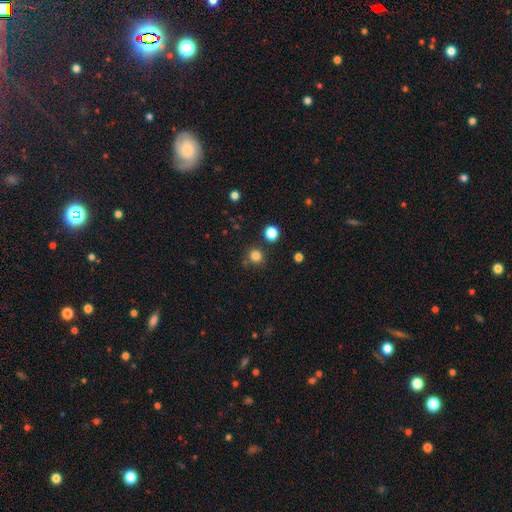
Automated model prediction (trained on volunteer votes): smooth-or-featured: smooth: 81% | star or artifact: 15% | featured or disk: 5%
  how-rounded: round: 90% | in between: 9% | cigar-shaped: 1%
  merging: none: 80% | minor disturbance: 9% | merger: 7% | major disturbance: 3%